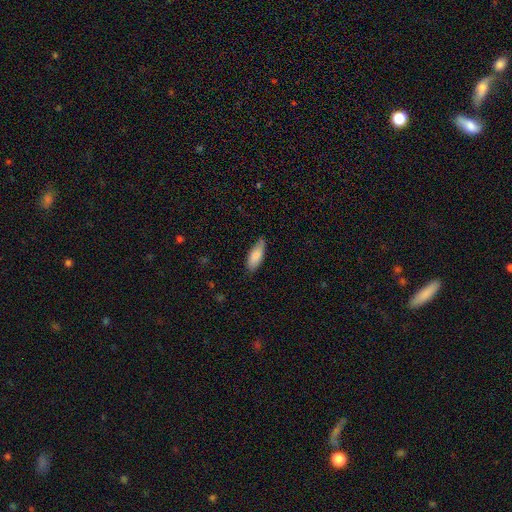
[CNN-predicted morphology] A smooth galaxy with no disk features (83%) that is in between round and cigar-shaped (73%).

Vote fractions:
- Smooth or featured? smooth: 83% / featured or disk: 11% / star or artifact: 6%
- How rounded? in between: 73% / cigar-shaped: 25% / round: 2%
- Merging? none: 76% / minor disturbance: 20% / major disturbance: 3% / merger: 1%